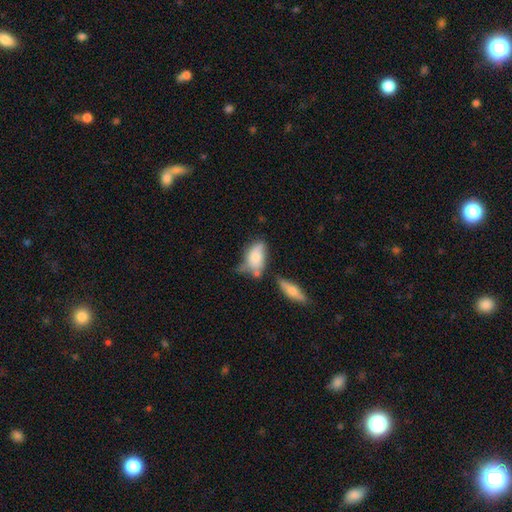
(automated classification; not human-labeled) Smooth or featured? smooth (73%)
How rounded? in between (89%)
Merging? none (36%)